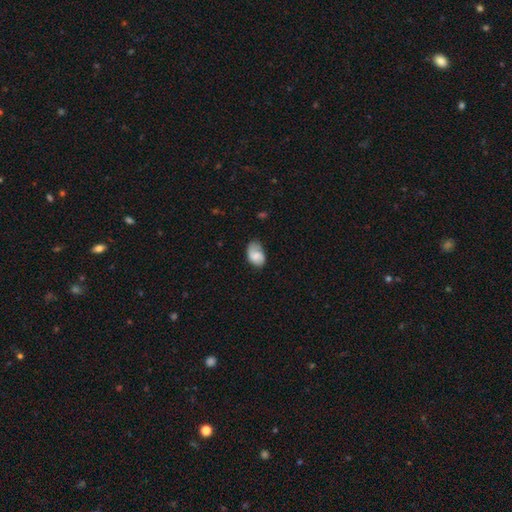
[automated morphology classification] Smooth or featured? Predicted: smooth (p=0.66). How rounded? Predicted: in between (p=0.88). Merging? Predicted: none (p=0.53).